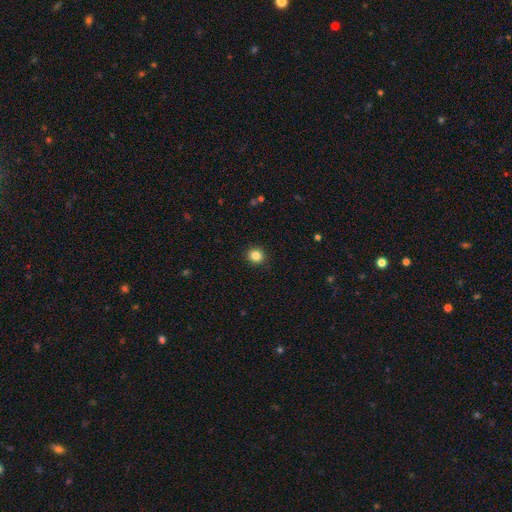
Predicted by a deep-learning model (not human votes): Q: Smooth or featured?
A: smooth (84%); runner-up: star or artifact (11%)
Q: How rounded?
A: round (91%); runner-up: in between (8%)
Q: Merging?
A: none (92%); runner-up: minor disturbance (5%)